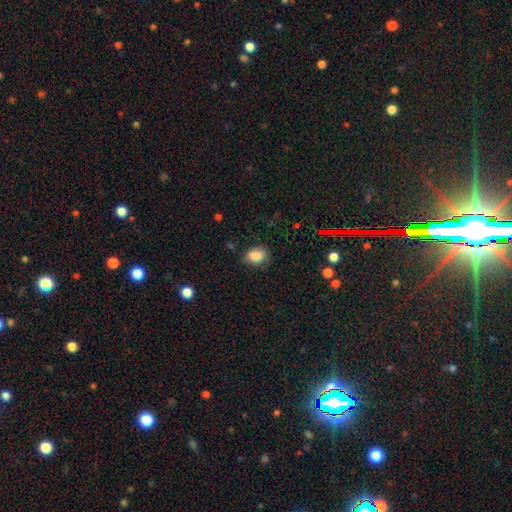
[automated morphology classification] A smooth galaxy with no disk features (86%) that is in between round and cigar-shaped (71%). Merging: none (71%).